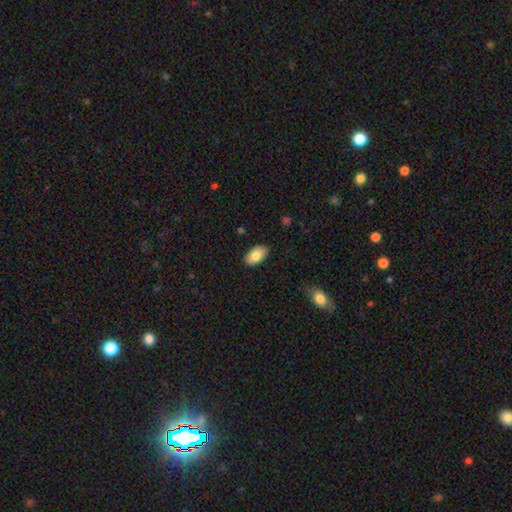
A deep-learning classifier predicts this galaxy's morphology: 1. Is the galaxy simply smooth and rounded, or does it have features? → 81% smooth, 12% featured or disk, 6% star or artifact.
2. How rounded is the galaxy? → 94% in between, 4% round, 2% cigar-shaped.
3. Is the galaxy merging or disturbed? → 87% none, 10% minor disturbance, 2% major disturbance, 1% merger.